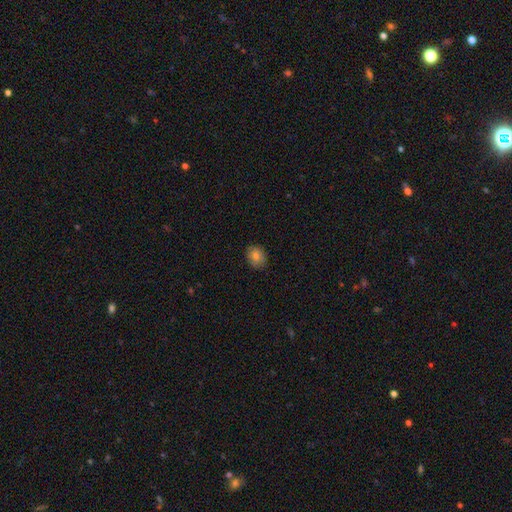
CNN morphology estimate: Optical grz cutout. It shows a smooth galaxy with no disk features (78%) that is in between round and cigar-shaped (51%). Merging: none (85%).